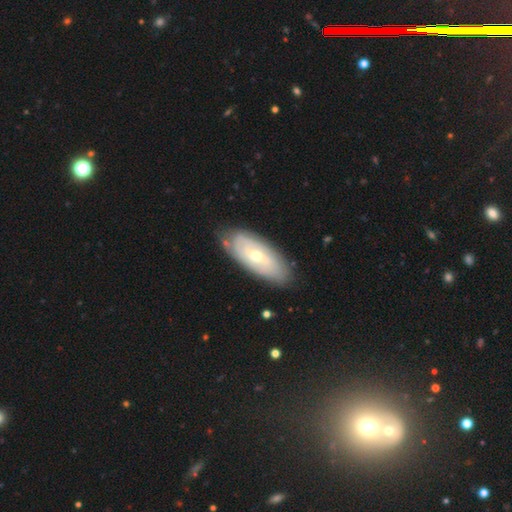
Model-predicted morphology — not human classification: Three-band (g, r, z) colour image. It shows a featured or disk galaxy (68%) with no bar (64%), spiral arms (73%) and a moderate central bulge (50%). Merging: none (79%).